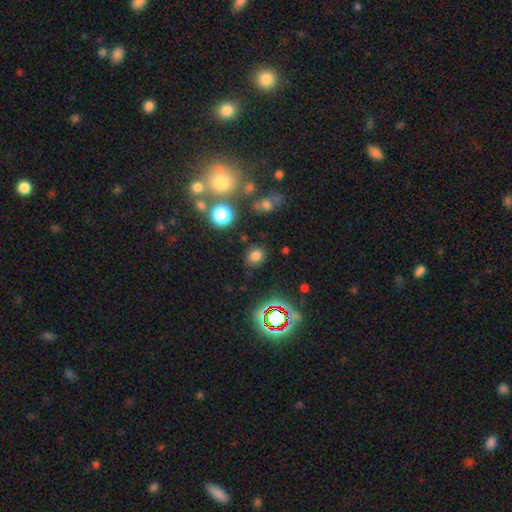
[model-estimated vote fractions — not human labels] smooth 71%, star or artifact 23%, featured or disk 6%. Down the decision tree: how rounded — round (62%); merging — none (82%).